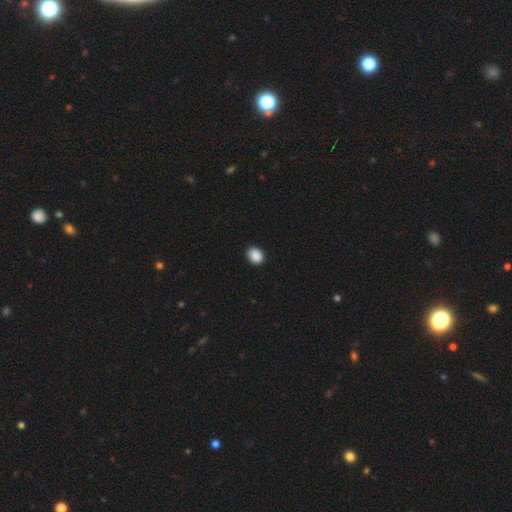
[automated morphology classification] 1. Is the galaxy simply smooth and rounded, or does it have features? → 89% smooth, 8% star or artifact, 2% featured or disk.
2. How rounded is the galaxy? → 55% round, 44% in between, 1% cigar-shaped.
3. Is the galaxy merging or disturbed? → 89% none, 8% minor disturbance, 2% major disturbance, 1% merger.